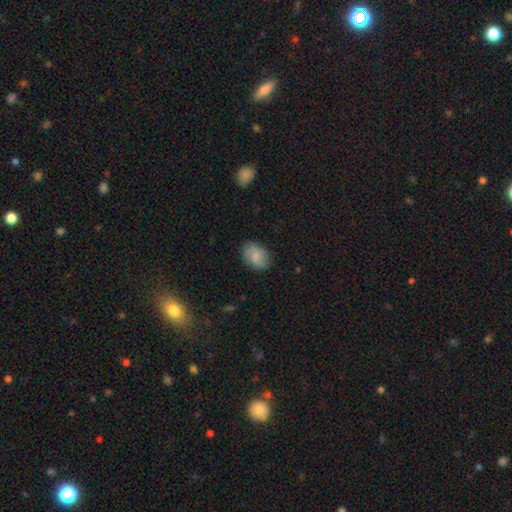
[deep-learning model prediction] This appears to be a smooth galaxy with no disk features (64%) that is in between round and cigar-shaped (71%). Merging: none (77%).